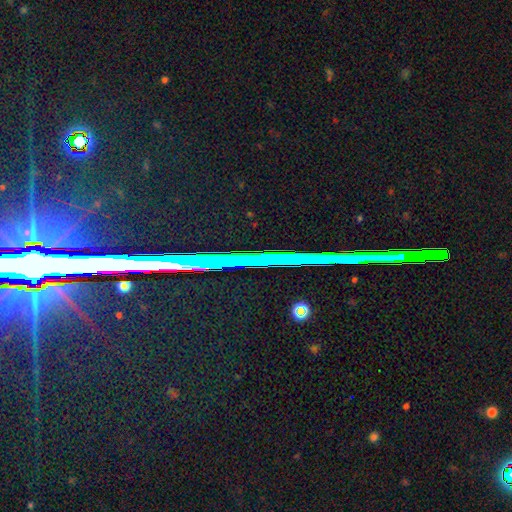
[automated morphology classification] This is likely a star or artifact rather than a galaxy (79%).